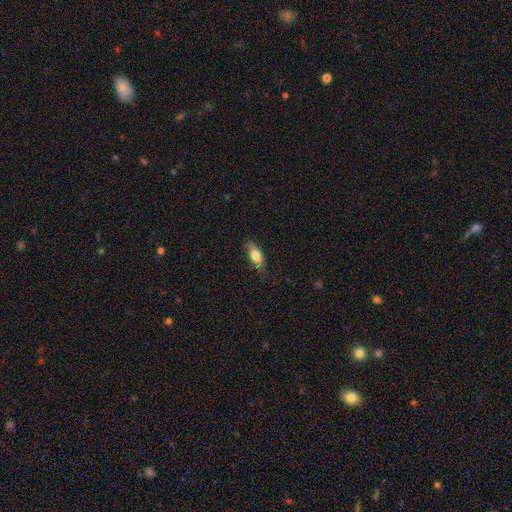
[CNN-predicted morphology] Smooth or featured? Predicted: smooth (p=0.74). How rounded? Predicted: in between (p=0.76). Merging? Predicted: none (p=0.74).